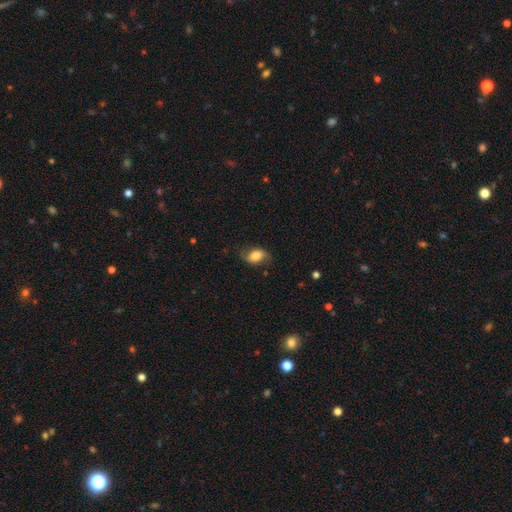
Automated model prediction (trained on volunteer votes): smooth-or-featured: smooth: 62% | featured or disk: 30% | star or artifact: 9%
  how-rounded: in between: 82% | round: 15% | cigar-shaped: 2%
  merging: none: 66% | minor disturbance: 23% | major disturbance: 9% | merger: 1%